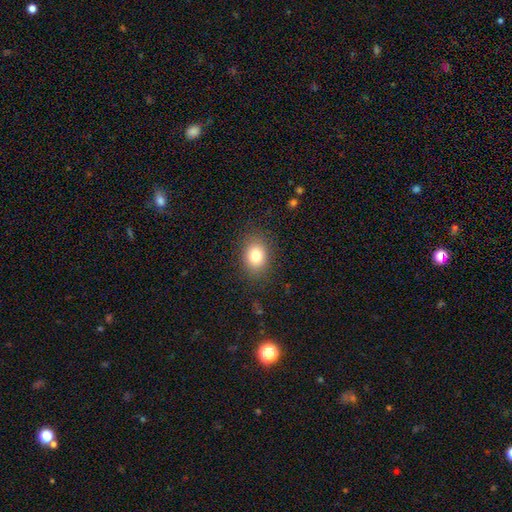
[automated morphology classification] type=smooth (80%); roundness=in between (57%); merging=none (85%).